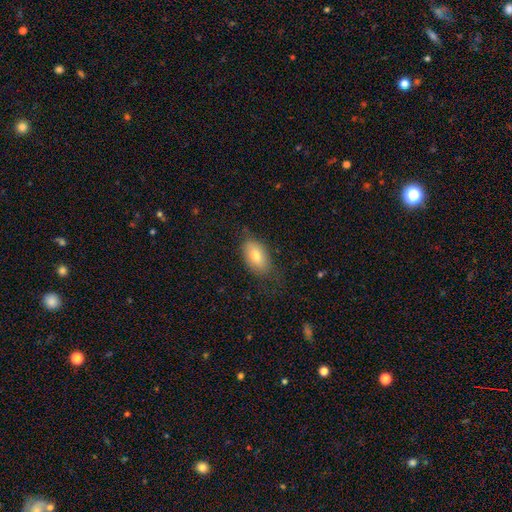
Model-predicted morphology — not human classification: smooth 74%, featured or disk 18%, star or artifact 8%. Down the decision tree: how rounded — in between (91%); merging — none (67%).